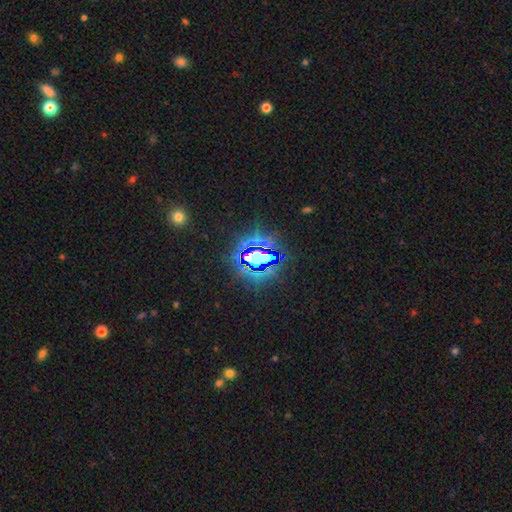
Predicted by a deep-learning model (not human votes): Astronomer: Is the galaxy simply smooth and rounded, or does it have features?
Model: star or artifact — 78%.